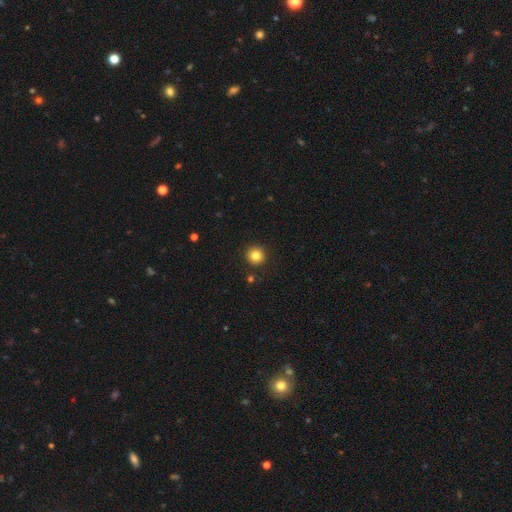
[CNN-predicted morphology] Smooth or featured?
  - smooth: 83% *
  - star or artifact: 11%
  - featured or disk: 6%
How rounded?
  - round: 95% *
  - in between: 4%
  - cigar-shaped: 1%
Merging?
  - none: 91% *
  - minor disturbance: 5%
  - major disturbance: 2%
  - merger: 2%